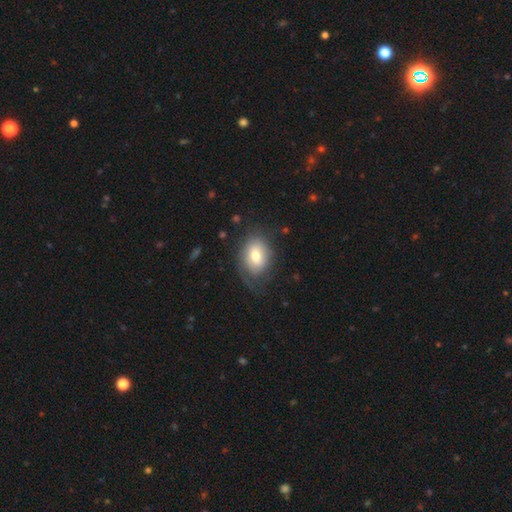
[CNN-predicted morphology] The model was most divided on "smooth or featured": smooth: 62%, featured or disk: 31%, star or artifact: 8%. More confident: how rounded — in between (74%); merging — none (60%).